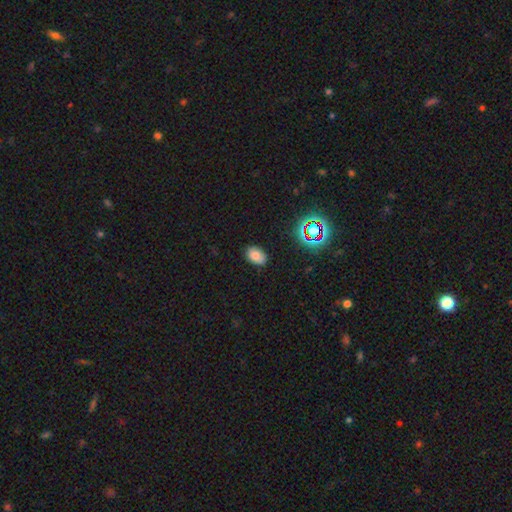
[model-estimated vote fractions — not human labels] Morphology: type=smooth (79%); roundness=in between (87%); merging=none (86%).